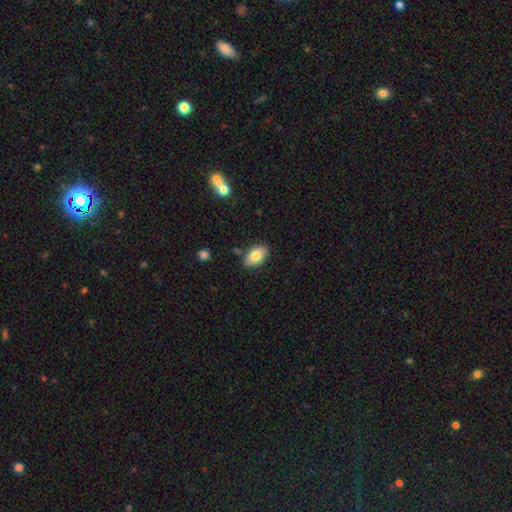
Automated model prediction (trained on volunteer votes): This appears to be a smooth galaxy with no disk features (81%) that is in between round and cigar-shaped (92%). Merging: none (83%).